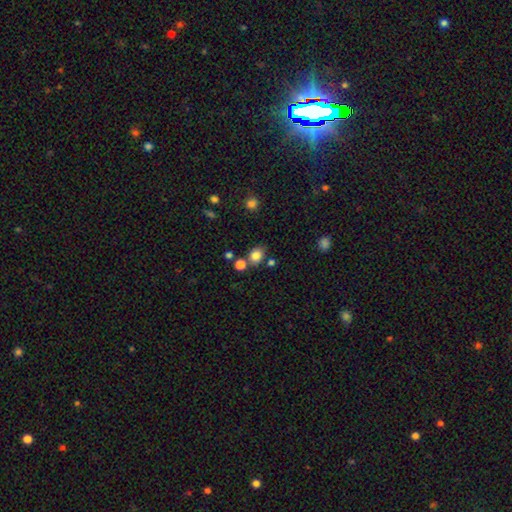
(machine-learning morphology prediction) smooth 82%, star or artifact 12%, featured or disk 6%. Down the decision tree: how rounded — in between (53%); merging — none (69%).